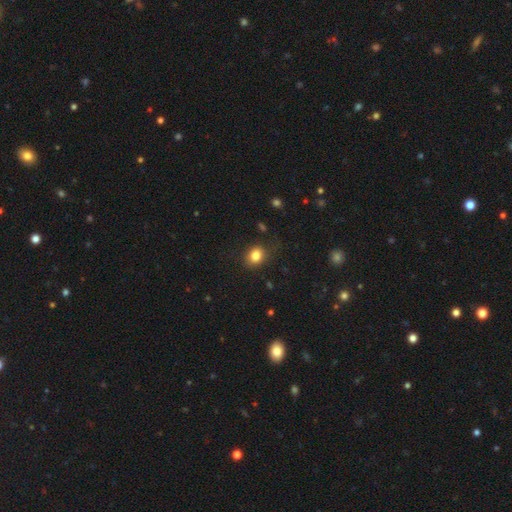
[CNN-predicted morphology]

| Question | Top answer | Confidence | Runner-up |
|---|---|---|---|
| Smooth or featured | smooth | 83% | star or artifact (10%) |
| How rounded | in between | 56% | round (43%) |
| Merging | none | 79% | minor disturbance (15%) |